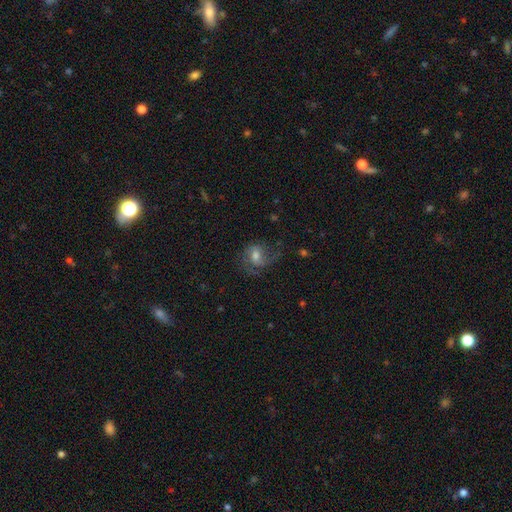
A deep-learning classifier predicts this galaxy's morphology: Smooth or featured?
  - featured or disk: 57% *
  - smooth: 33%
  - star or artifact: 10%
Edge-on disk?
  - no: 97% *
  - yes: 3%
Bar?
  - no: 48% *
  - weak: 42%
  - strong: 10%
Spiral arms?
  - yes: 87% *
  - no: 13%
Bulge size?
  - moderate: 60% *
  - small: 25%
  - large: 10%
  - none: 3%
  - dominant: 2%
Merging?
  - none: 51% *
  - major disturbance: 25%
  - minor disturbance: 22%
  - merger: 2%